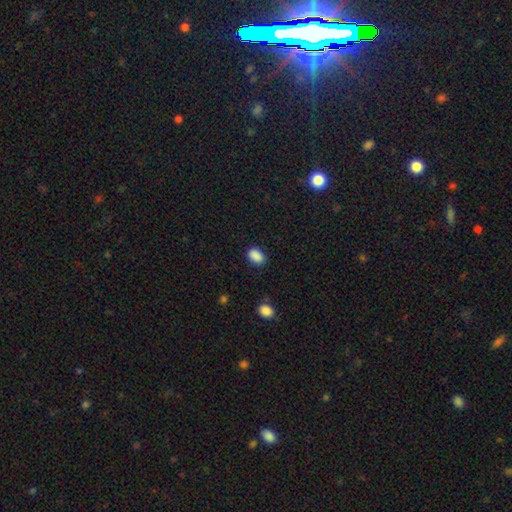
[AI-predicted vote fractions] Smooth or featured?
  - smooth: 89% *
  - star or artifact: 9%
  - featured or disk: 3%
How rounded?
  - in between: 85% *
  - round: 13%
  - cigar-shaped: 1%
Merging?
  - none: 84% *
  - minor disturbance: 12%
  - major disturbance: 3%
  - merger: 1%